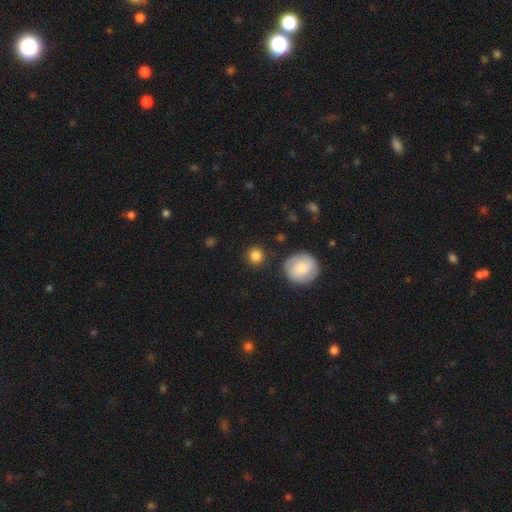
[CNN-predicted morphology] Smooth or featured: smooth — 84% (star or artifact — 9%)
How rounded: round — 93% (in between — 6%)
Merging: none — 85% (minor disturbance — 9%)